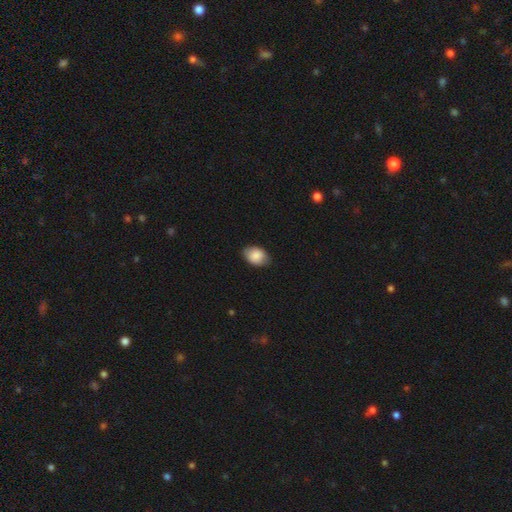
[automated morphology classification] smooth_or_featured: smooth (p=0.87) [alt: featured or disk p=0.07]
how_rounded: in between (p=0.80) [alt: round p=0.19]
merging: none (p=0.82) [alt: minor disturbance p=0.15]